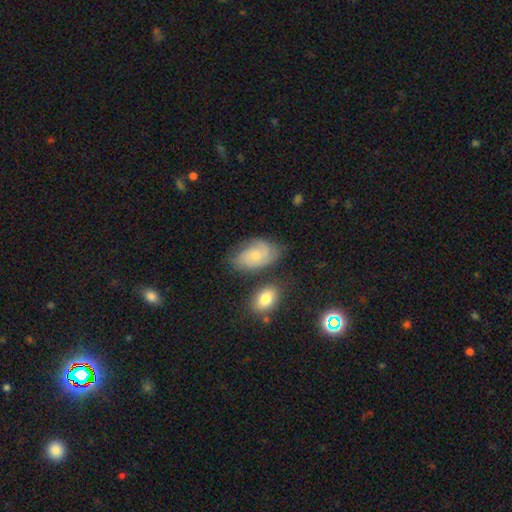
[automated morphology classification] type=featured or disk (53%); edge-on=no (96%); bar=no (78%); spiral arms=yes (85%); bulge=small (66%); merging=none (61%).